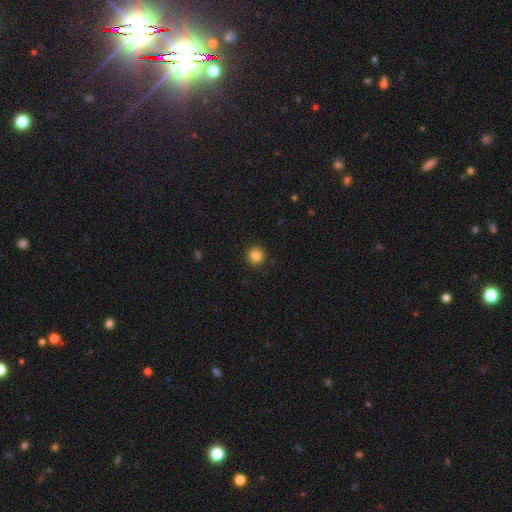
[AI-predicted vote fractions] The model was most divided on "smooth or featured": smooth: 85%, star or artifact: 11%, featured or disk: 4%. More confident: how rounded — round (93%); merging — none (91%).